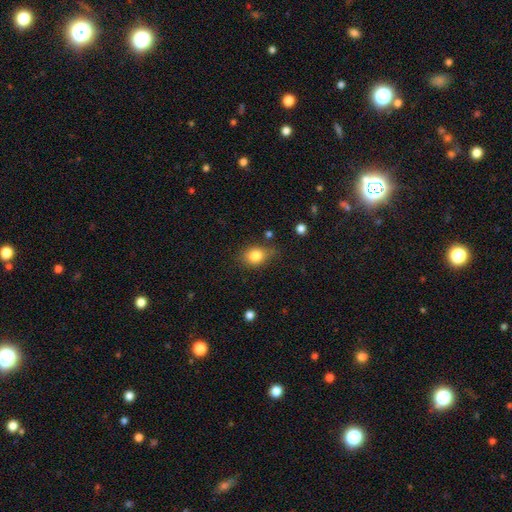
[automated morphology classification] Q: Smooth or featured?
A: smooth (82%); runner-up: star or artifact (10%)
Q: How rounded?
A: in between (60%); runner-up: round (38%)
Q: Merging?
A: none (63%); runner-up: minor disturbance (26%)